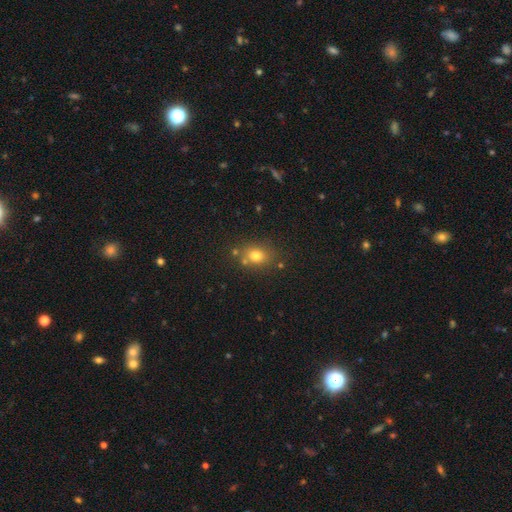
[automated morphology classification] Smooth or featured?
  - smooth: 76% *
  - star or artifact: 14%
  - featured or disk: 10%
How rounded?
  - in between: 54% *
  - round: 44%
  - cigar-shaped: 1%
Merging?
  - none: 71% *
  - minor disturbance: 13%
  - merger: 12%
  - major disturbance: 4%